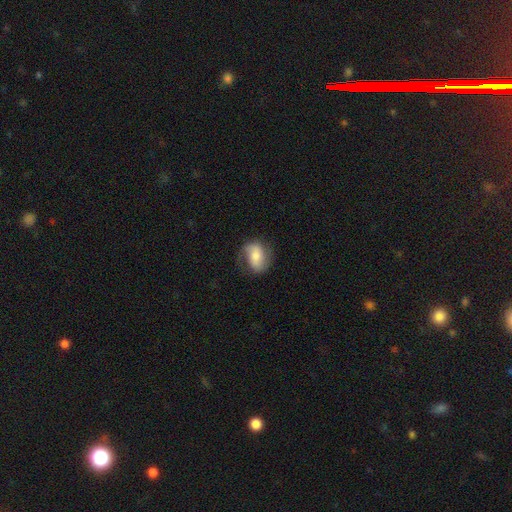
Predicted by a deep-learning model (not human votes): Smooth or featured? smooth (57%)
How rounded? in between (73%)
Merging? none (67%)